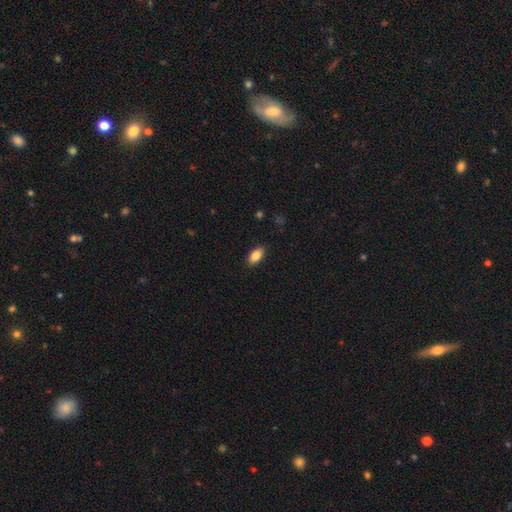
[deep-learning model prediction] The model was most divided on "merging": none: 87%, minor disturbance: 10%, major disturbance: 2%, merger: 1%. More confident: how rounded — in between (91%); smooth or featured — smooth (85%).